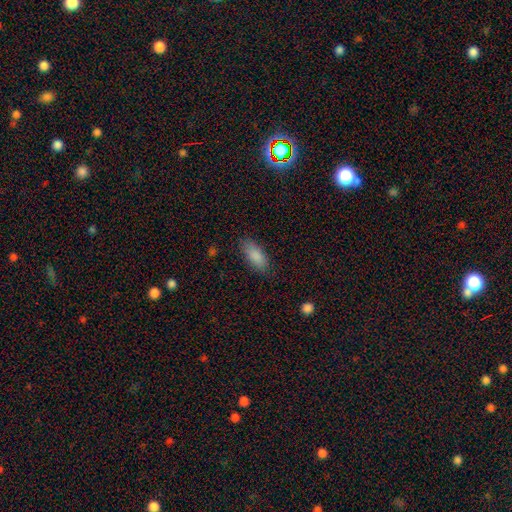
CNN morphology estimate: The model was most divided on "how rounded": in between: 81%, cigar-shaped: 17%, round: 2%. More confident: smooth or featured — smooth (87%); merging — none (83%).